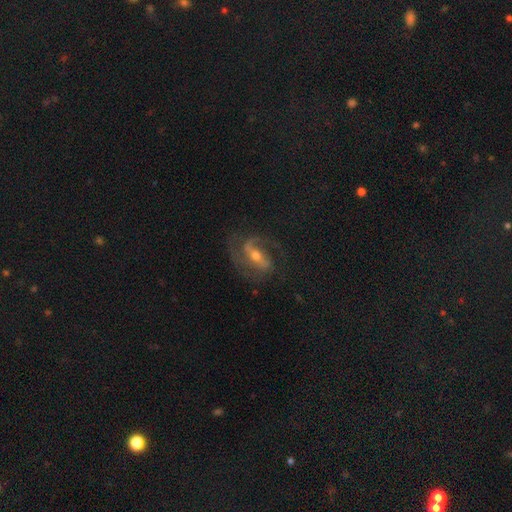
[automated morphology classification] smooth_or_featured: featured or disk (p=0.86) [alt: smooth p=0.09]
disk_edge_on: no (p=0.95) [alt: yes p=0.05]
bar: strong (p=0.49) [alt: weak p=0.35]
has_spiral_arms: yes (p=0.94) [alt: no p=0.06]
spiral_winding: medium (p=0.50) [alt: loose p=0.27]
spiral_arm_count: 2 (p=0.75) [alt: 1 p=0.10]
bulge_size: moderate (p=0.55) [alt: small p=0.40]
merging: none (p=0.67) [alt: minor disturbance p=0.17]